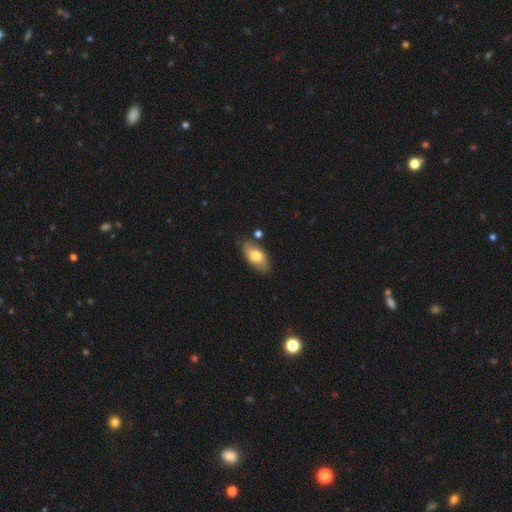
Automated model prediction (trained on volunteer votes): A smooth galaxy with no disk features (75%) that is in between round and cigar-shaped (91%). Merging: none (77%).